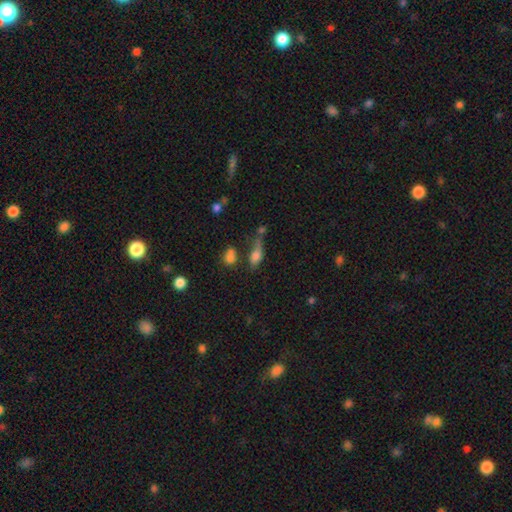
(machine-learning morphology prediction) This appears to be a smooth galaxy with no disk features (72%) that is in between round and cigar-shaped (70%). Merging: none (33%).